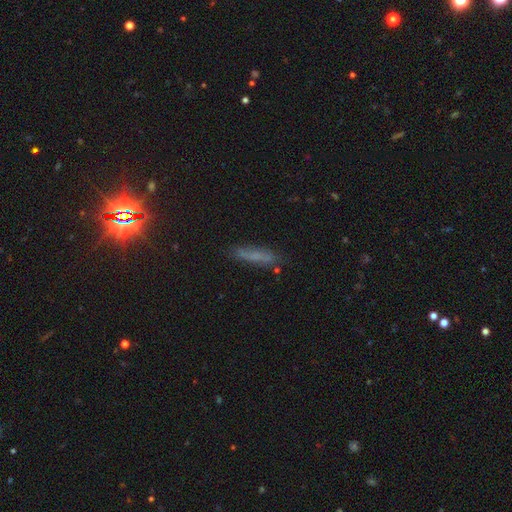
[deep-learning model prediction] This appears to be a smooth galaxy with no disk features (58%) that is cigar-shaped (83%). Merging: none (74%).